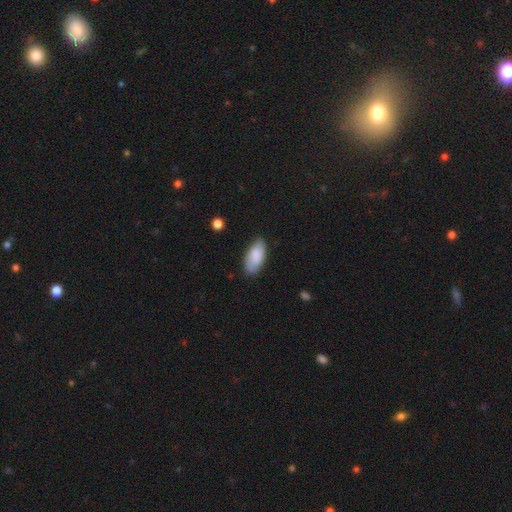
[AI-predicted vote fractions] Q: Smooth or featured?
A: smooth (85%); runner-up: featured or disk (9%)
Q: How rounded?
A: in between (90%); runner-up: cigar-shaped (8%)
Q: Merging?
A: none (77%); runner-up: minor disturbance (18%)